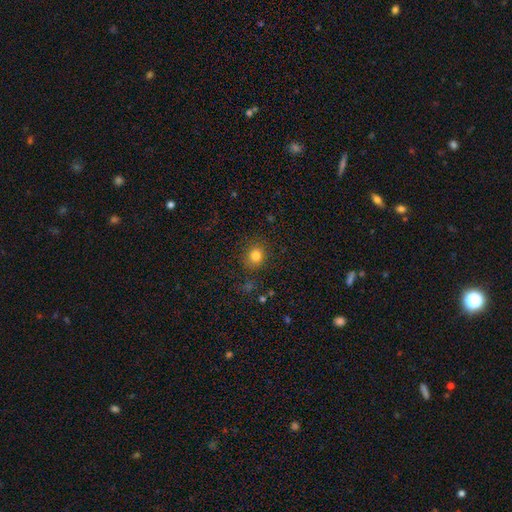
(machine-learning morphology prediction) A smooth galaxy with no disk features (81%) that is round (81%). Merging: none (86%).